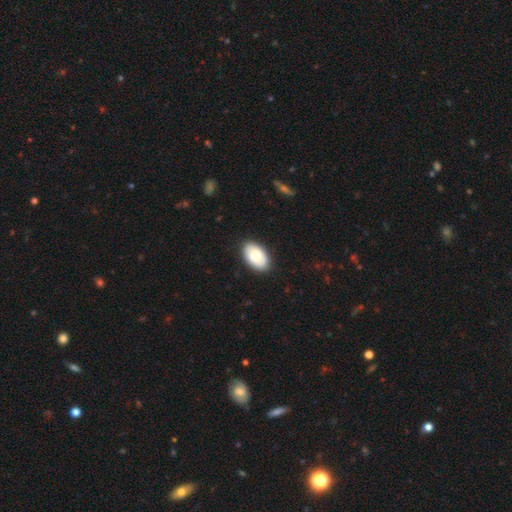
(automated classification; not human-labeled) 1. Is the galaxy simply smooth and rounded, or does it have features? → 73% smooth, 21% featured or disk, 6% star or artifact.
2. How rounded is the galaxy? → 93% in between, 6% round, 1% cigar-shaped.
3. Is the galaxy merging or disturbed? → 89% none, 8% minor disturbance, 2% major disturbance, 1% merger.